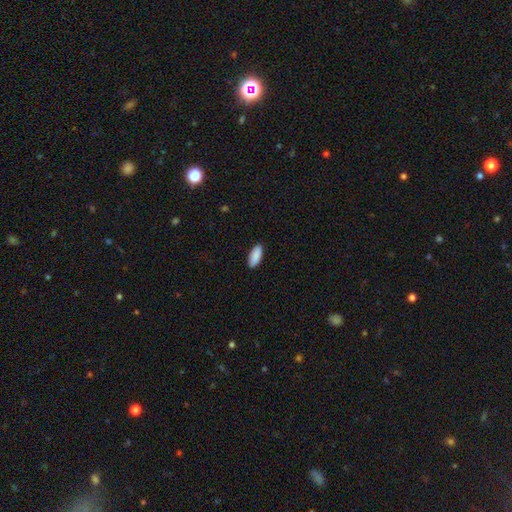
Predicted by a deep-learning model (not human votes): Smooth or featured?
  - smooth: 91% *
  - star or artifact: 6%
  - featured or disk: 3%
How rounded?
  - in between: 83% *
  - cigar-shaped: 15%
  - round: 2%
Merging?
  - none: 90% *
  - minor disturbance: 8%
  - major disturbance: 2%
  - merger: 1%